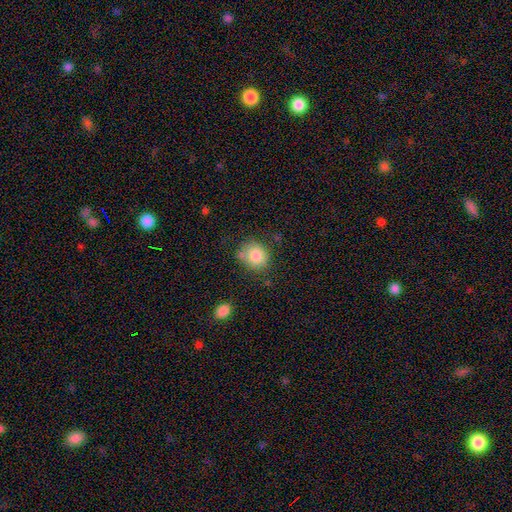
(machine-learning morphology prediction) This appears to be a smooth galaxy with no disk features (82%) that is round (69%). Merging: none (68%).